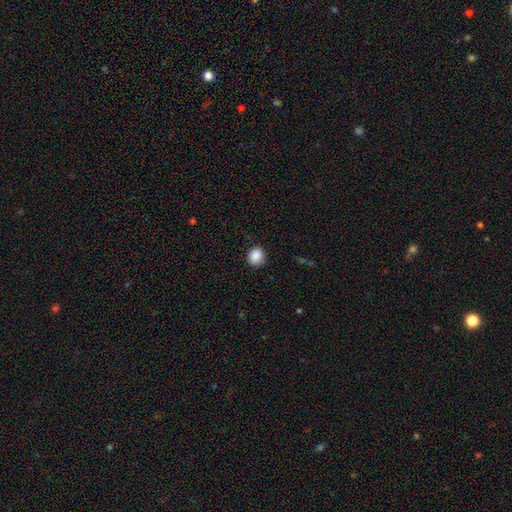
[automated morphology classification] smooth_or_featured: smooth (p=0.88) [alt: star or artifact p=0.09]
how_rounded: round (p=0.74) [alt: in between p=0.25]
merging: none (p=0.85) [alt: minor disturbance p=0.12]